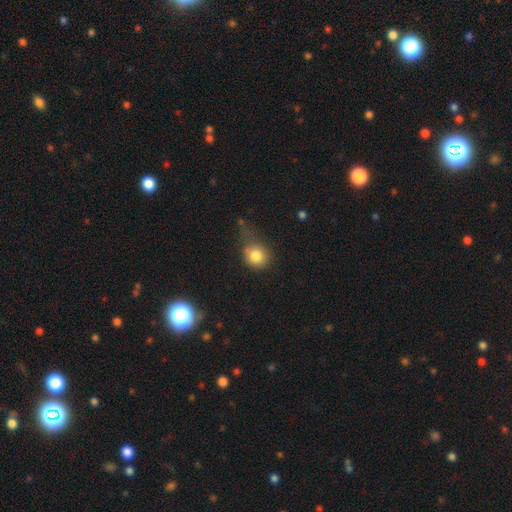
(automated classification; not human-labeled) Overall: smooth (82%). How rounded: round (77%). Merging: none (43%; minor disturbance 33%).